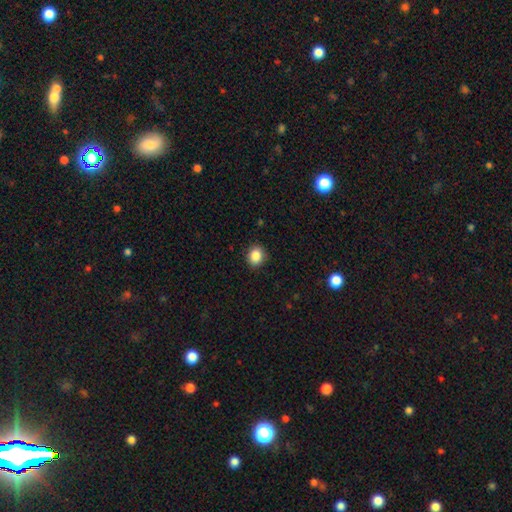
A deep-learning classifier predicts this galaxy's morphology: A smooth galaxy with no disk features (87%) that is round (69%).

Vote fractions:
- Smooth or featured? smooth: 87% / star or artifact: 10% / featured or disk: 4%
- How rounded? round: 69% / in between: 30% / cigar-shaped: 1%
- Merging? none: 89% / minor disturbance: 8% / major disturbance: 2% / merger: 1%